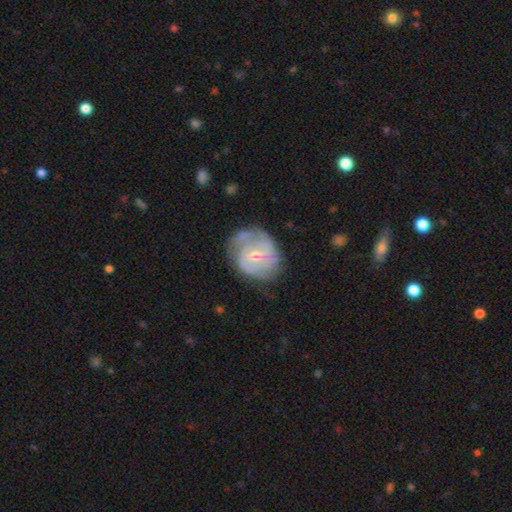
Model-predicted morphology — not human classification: This is likely a featured or disk galaxy (71%). It is clearly not viewed edge-on (98%). Bar: likely no (69%). Spiral arm pattern: clearly yes (84%). Spiral arm count: marginally can't tell (37%). Spiral winding: possibly tight (59%). Central bulge: possibly small (54%). Merging: possibly none (56%).